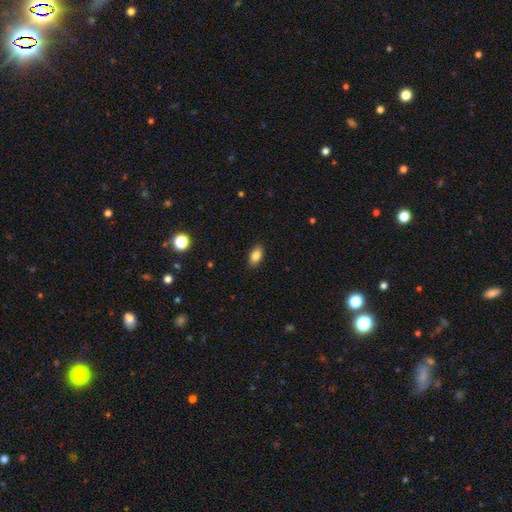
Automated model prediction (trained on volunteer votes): smooth 85%, star or artifact 8%, featured or disk 7%. Down the decision tree: how rounded — in between (90%); merging — none (89%).